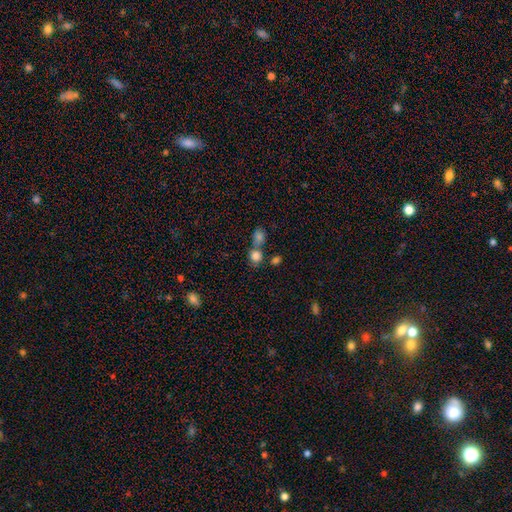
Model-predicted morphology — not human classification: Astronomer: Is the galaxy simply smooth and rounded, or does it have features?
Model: smooth — 81%.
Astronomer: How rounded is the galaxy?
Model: round — 75%.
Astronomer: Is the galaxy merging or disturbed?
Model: none — 46% (runner-up: merger, 41%).